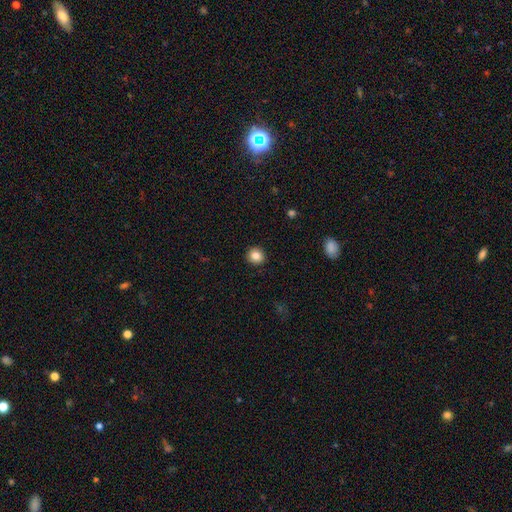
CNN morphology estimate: type=smooth (84%); roundness=round (89%); merging=none (92%).